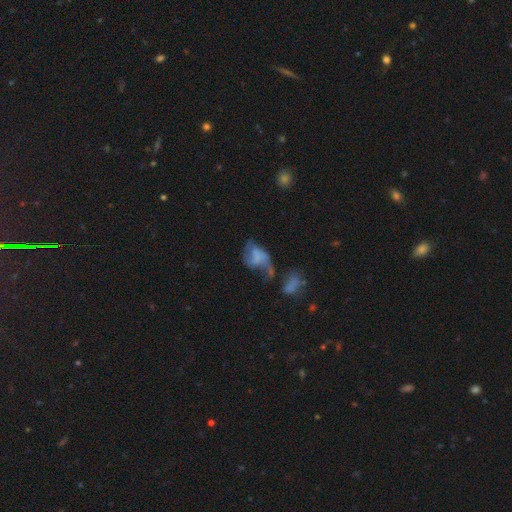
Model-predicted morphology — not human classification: A featured or disk galaxy (51%). Merging: major disturbance (38%).